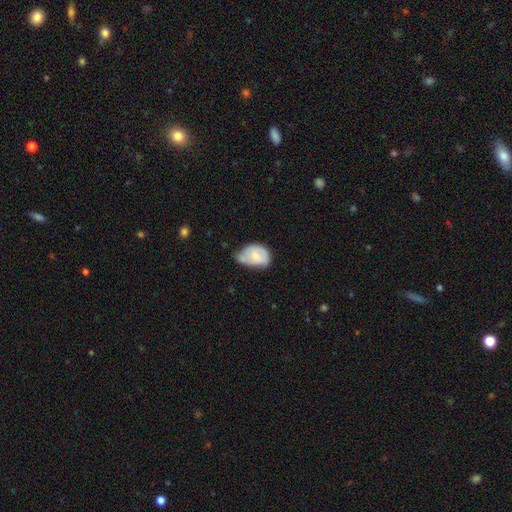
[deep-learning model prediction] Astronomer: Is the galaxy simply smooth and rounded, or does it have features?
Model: smooth — 61%.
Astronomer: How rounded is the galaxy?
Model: in between — 81%.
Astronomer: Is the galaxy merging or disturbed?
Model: minor disturbance — 48% (runner-up: none, 26%).